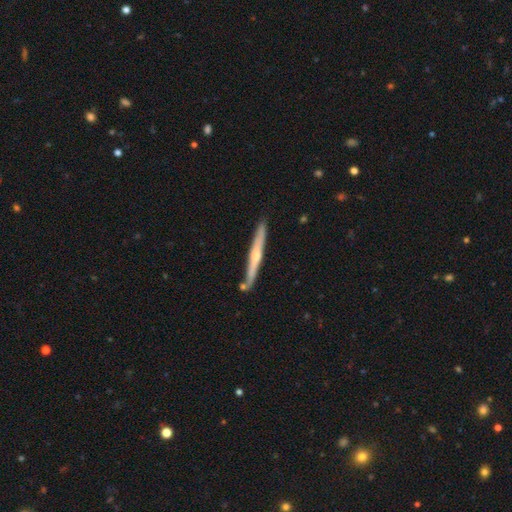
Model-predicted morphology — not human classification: A featured or disk galaxy (62%) viewed edge-on (97%) with a rounded central bulge (69%). Merging: none (82%).